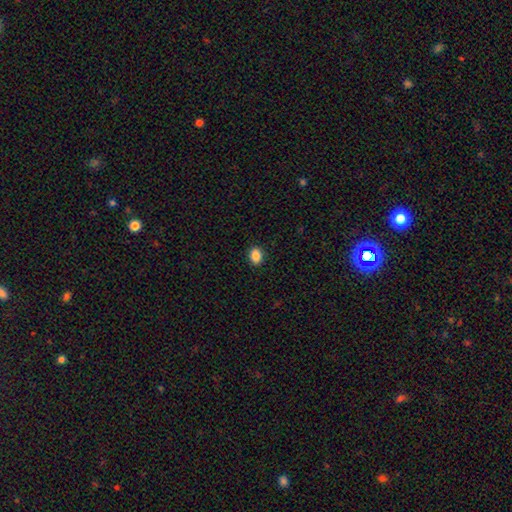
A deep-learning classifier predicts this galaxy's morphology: Smooth or featured: smooth — 87% (star or artifact — 9%)
How rounded: in between — 64% (round — 35%)
Merging: none — 90% (minor disturbance — 7%)